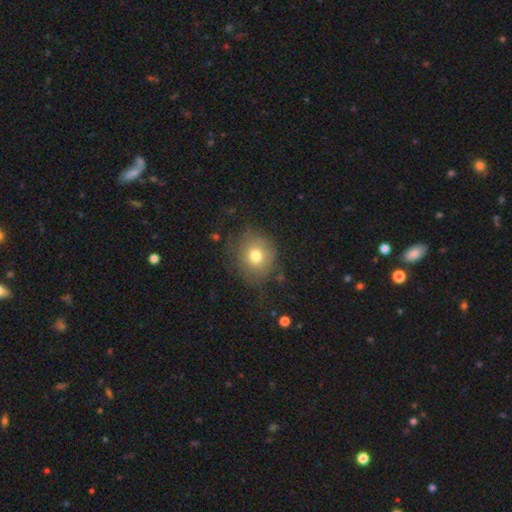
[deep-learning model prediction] smooth_or_featured: smooth (p=0.71) [alt: featured or disk p=0.18]
how_rounded: round (p=0.73) [alt: in between p=0.26]
merging: none (p=0.68) [alt: minor disturbance p=0.20]